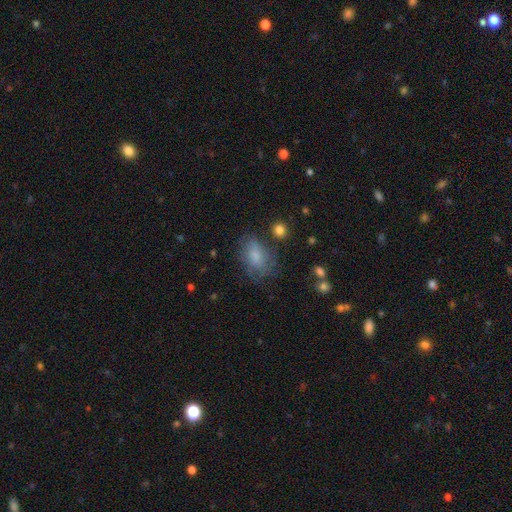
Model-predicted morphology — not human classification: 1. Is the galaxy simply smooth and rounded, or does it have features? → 71% smooth, 20% featured or disk, 9% star or artifact.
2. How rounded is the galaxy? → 84% in between, 14% round, 2% cigar-shaped.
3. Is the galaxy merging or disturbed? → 59% none, 25% minor disturbance, 13% major disturbance, 3% merger.